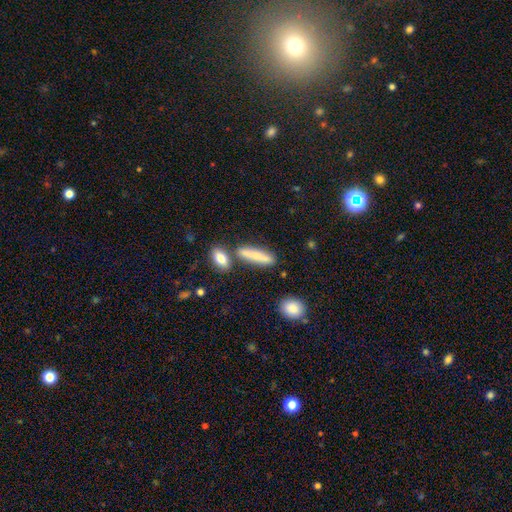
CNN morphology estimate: Overall: smooth (77%). How rounded: cigar-shaped (77%). Merging: none (75%).